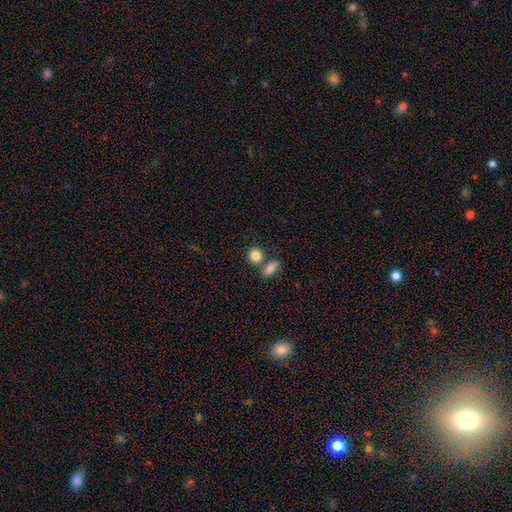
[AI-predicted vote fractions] smooth-or-featured: smooth: 85% | star or artifact: 9% | featured or disk: 6%
  how-rounded: round: 70% | in between: 28% | cigar-shaped: 2%
  merging: none: 58% | merger: 29% | minor disturbance: 10% | major disturbance: 3%